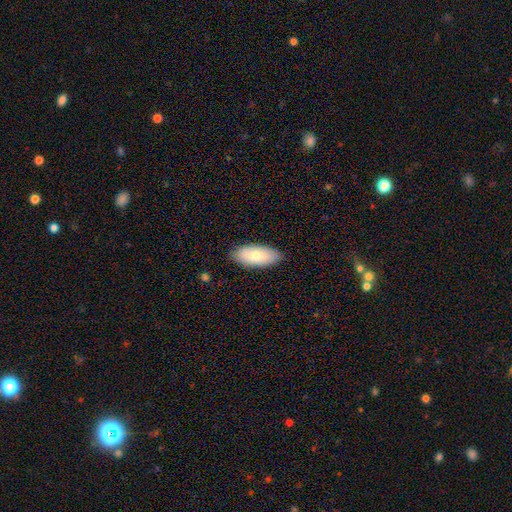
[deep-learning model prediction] Smooth or featured?
  - smooth: 76% *
  - featured or disk: 18%
  - star or artifact: 6%
How rounded?
  - in between: 89% *
  - cigar-shaped: 9%
  - round: 2%
Merging?
  - none: 86% *
  - minor disturbance: 11%
  - major disturbance: 2%
  - merger: 1%